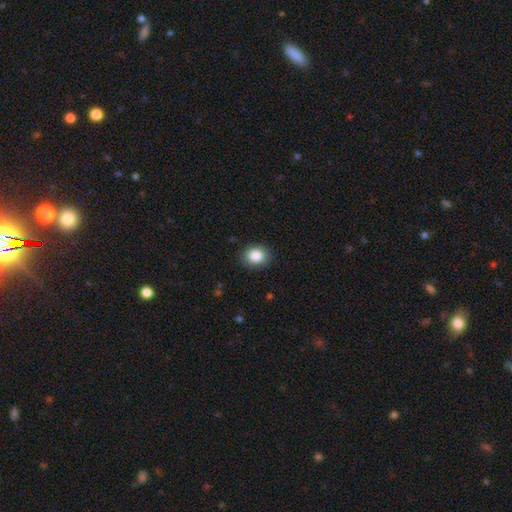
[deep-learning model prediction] Morphology: type=smooth (86%); roundness=round (65%); merging=none (89%).